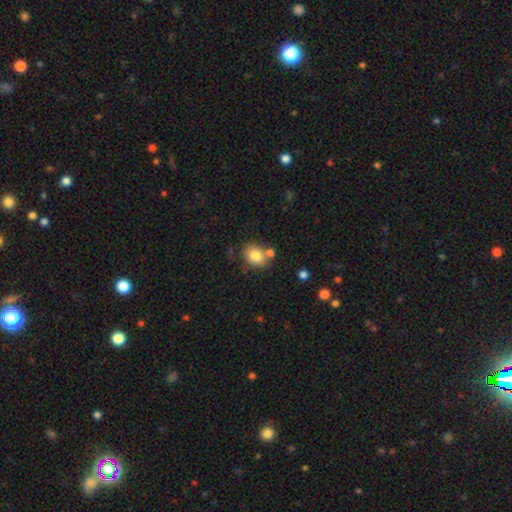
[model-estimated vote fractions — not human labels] Smooth or featured? smooth (81%)
How rounded? in between (55%)
Merging? none (68%)